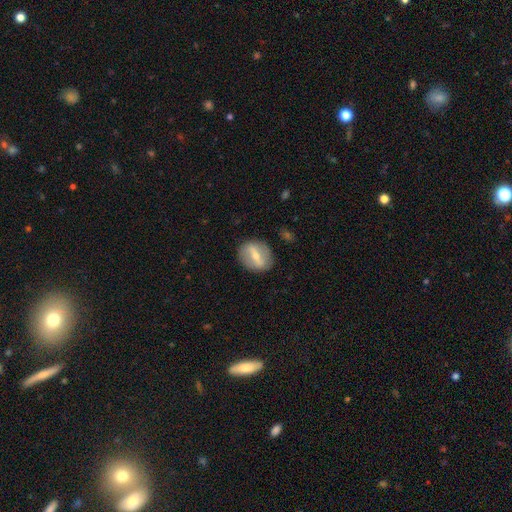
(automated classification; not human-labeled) The model was most divided on "smooth or featured": featured or disk: 59%, smooth: 35%, star or artifact: 6%. More confident: merging — none (86%); edge-on disk — no (84%).